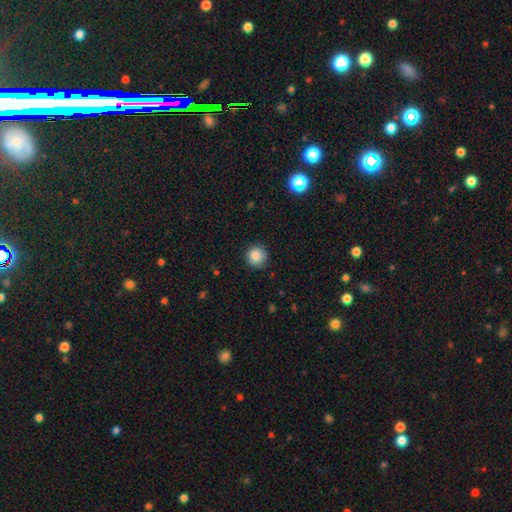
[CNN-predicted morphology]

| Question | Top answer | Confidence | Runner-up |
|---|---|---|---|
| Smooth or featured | smooth | 86% | star or artifact (9%) |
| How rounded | round | 94% | in between (5%) |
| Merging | none | 86% | minor disturbance (10%) |